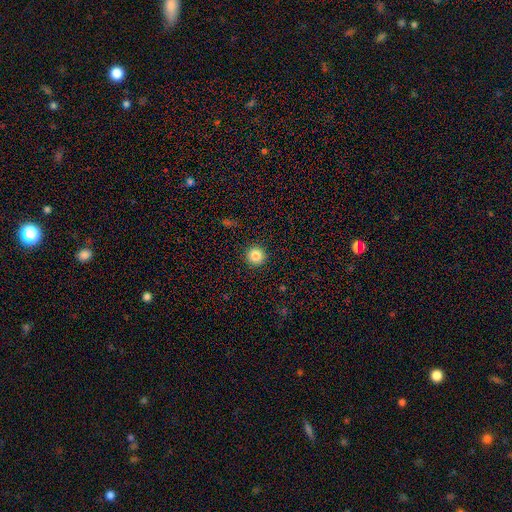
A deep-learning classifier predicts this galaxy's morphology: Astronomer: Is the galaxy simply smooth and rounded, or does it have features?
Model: smooth — 84%.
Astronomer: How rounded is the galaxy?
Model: round — 95%.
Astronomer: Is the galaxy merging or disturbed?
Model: none — 92%.